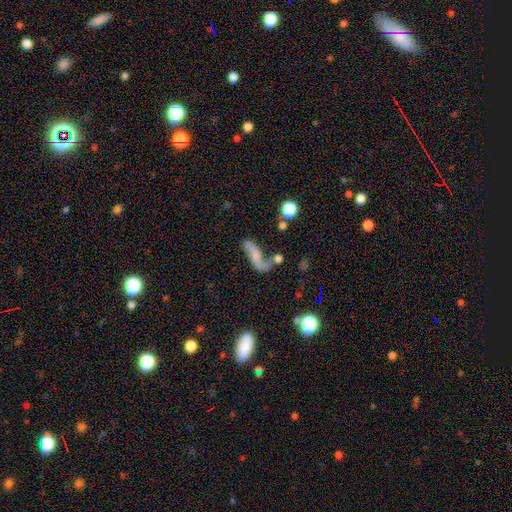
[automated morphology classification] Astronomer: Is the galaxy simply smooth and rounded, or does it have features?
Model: featured or disk — 66%.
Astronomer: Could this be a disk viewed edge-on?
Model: no — 90%.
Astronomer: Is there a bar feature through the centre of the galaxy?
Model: no — 57%.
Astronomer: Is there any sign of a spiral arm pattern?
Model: yes — 87%.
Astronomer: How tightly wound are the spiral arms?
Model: loose — 85%.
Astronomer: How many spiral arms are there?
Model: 2 — 86%.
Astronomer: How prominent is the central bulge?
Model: none — 39% (runner-up: small, 33%).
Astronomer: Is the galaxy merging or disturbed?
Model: none — 41% (runner-up: merger, 20%).